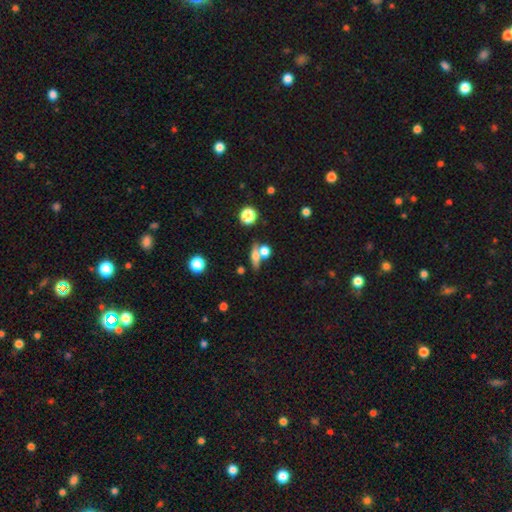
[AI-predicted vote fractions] Overall: smooth (54%; featured or disk 32%). How rounded: cigar-shaped (40%; in between 35%). Merging: none (59%; merger 27%).